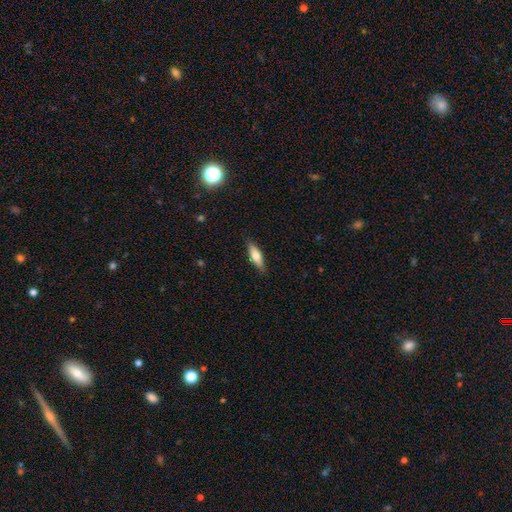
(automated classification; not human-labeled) Smooth or featured?
  - smooth: 60% *
  - featured or disk: 33%
  - star or artifact: 6%
How rounded?
  - cigar-shaped: 53% *
  - in between: 44%
  - round: 2%
Merging?
  - none: 85% *
  - minor disturbance: 11%
  - major disturbance: 2%
  - merger: 1%